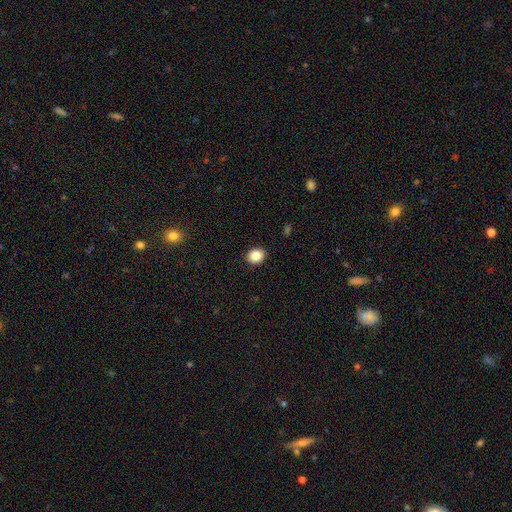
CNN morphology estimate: A smooth galaxy with no disk features (86%) that is round (56%).

Vote fractions:
- Smooth or featured? smooth: 86% / star or artifact: 9% / featured or disk: 4%
- How rounded? round: 56% / in between: 43% / cigar-shaped: 1%
- Merging? none: 91% / minor disturbance: 7% / major disturbance: 2% / merger: 1%